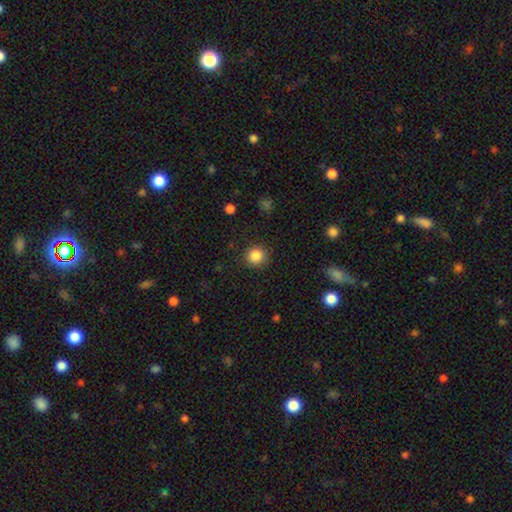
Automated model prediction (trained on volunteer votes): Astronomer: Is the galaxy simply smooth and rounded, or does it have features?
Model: smooth — 86%.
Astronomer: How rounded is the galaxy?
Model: round — 90%.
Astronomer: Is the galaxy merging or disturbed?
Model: none — 89%.